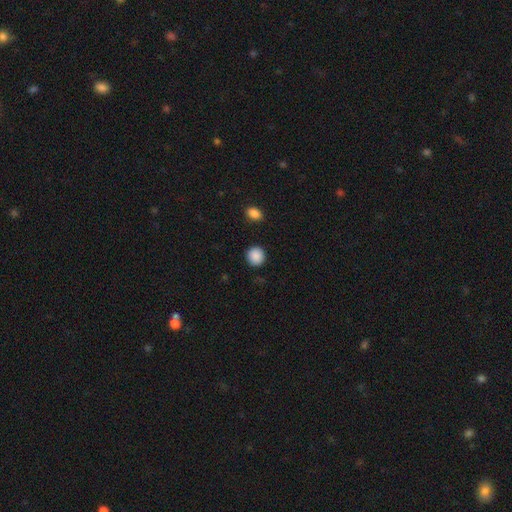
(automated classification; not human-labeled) This is clearly a smooth galaxy (89%). How rounded: clearly round (91%). Merging: clearly none (90%).